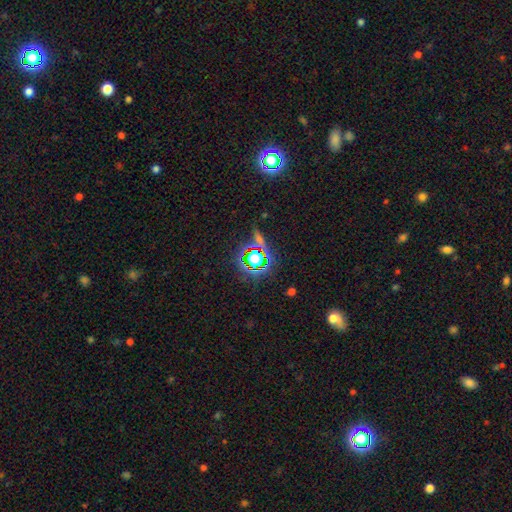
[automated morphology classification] A star or artifact, not a galaxy (77%).

Vote fractions:
- Smooth or featured? star or artifact: 77% / smooth: 14% / featured or disk: 9%